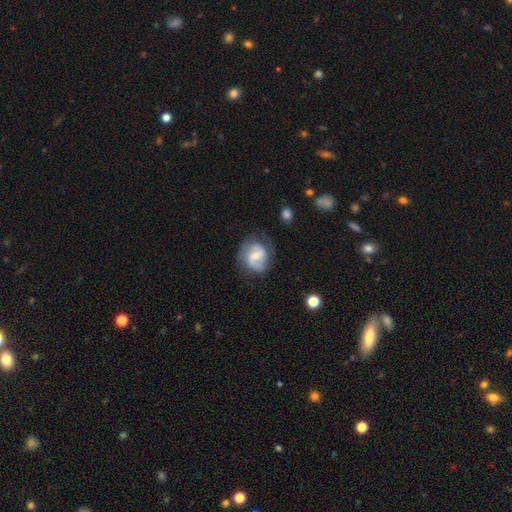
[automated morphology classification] featured or disk 66%, smooth 27%, star or artifact 7%. Down the decision tree: edge-on disk — no (97%); bar — weak (51%); spiral arms — yes (89%); spiral arm count — 2 (73%); spiral winding — medium (45%); bulge size — moderate (48%); merging — none (65%).